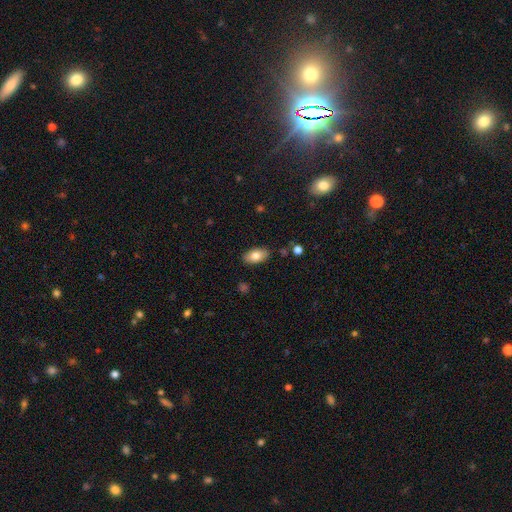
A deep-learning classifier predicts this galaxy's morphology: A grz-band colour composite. It shows a smooth galaxy with no disk features (79%) that is in between round and cigar-shaped (93%). Merging: none (86%).